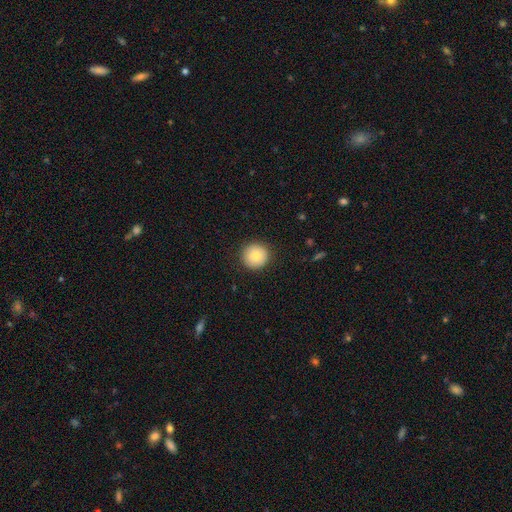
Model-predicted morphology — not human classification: smooth 84%, star or artifact 8%, featured or disk 7%. Down the decision tree: how rounded — round (95%); merging — none (91%).